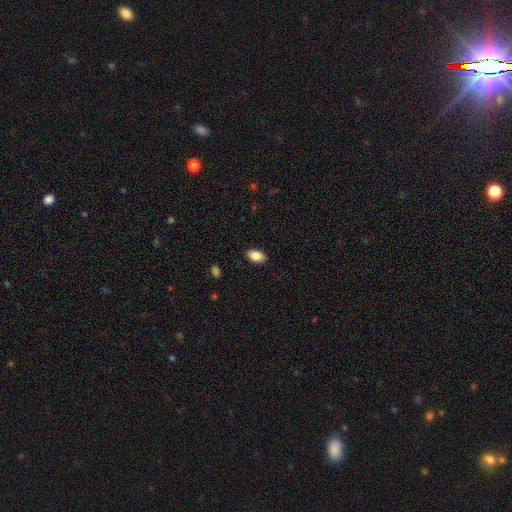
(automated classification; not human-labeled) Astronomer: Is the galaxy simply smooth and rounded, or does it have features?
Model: smooth — 86%.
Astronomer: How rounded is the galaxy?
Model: in between — 92%.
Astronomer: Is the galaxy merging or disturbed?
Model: none — 89%.